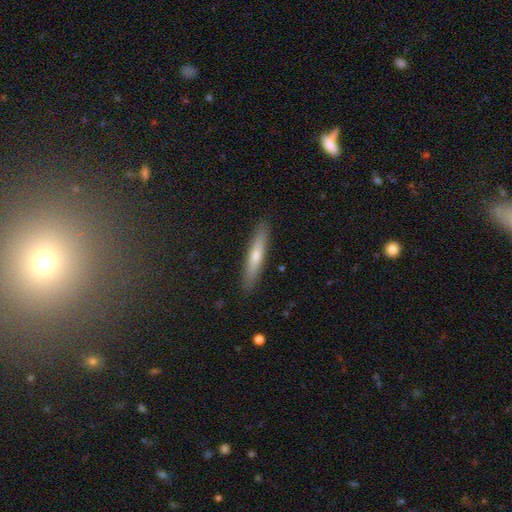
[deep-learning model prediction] smooth_or_featured: smooth (p=0.57) [alt: featured or disk p=0.37]
how_rounded: cigar-shaped (p=0.90) [alt: in between p=0.08]
merging: none (p=0.90) [alt: minor disturbance p=0.08]